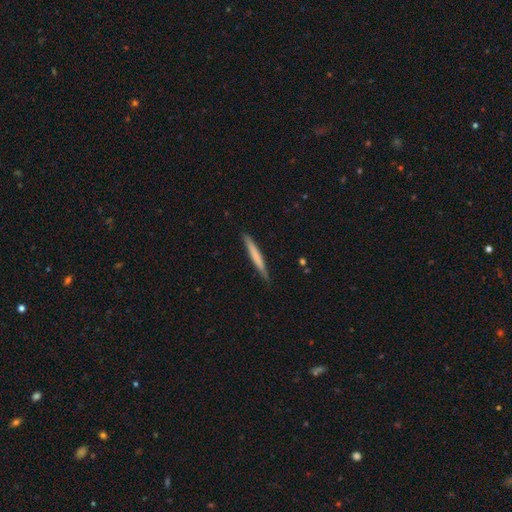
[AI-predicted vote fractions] A smooth galaxy with no disk features (65%) that is cigar-shaped (97%). Merging: none (86%).